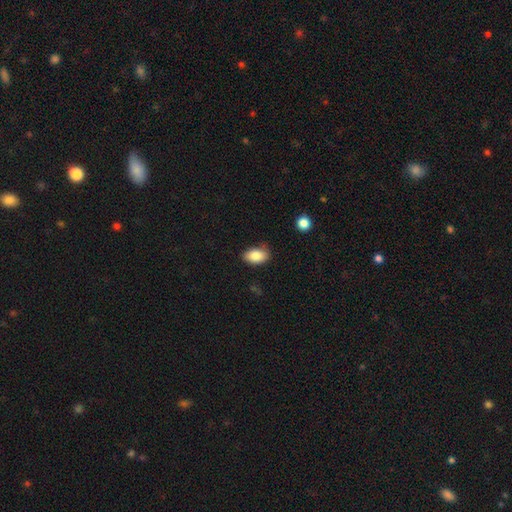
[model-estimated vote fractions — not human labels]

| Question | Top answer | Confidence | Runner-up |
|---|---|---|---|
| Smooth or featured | smooth | 85% | star or artifact (8%) |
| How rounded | in between | 90% | round (8%) |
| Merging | none | 76% | minor disturbance (19%) |